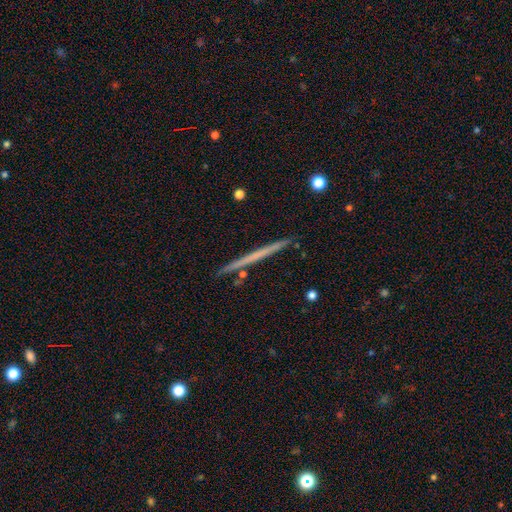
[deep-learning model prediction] Overall: featured or disk (54%; smooth 40%). Edge-on disk: yes (98%). Edge-on bulge: none (92%). Merging: none (91%).